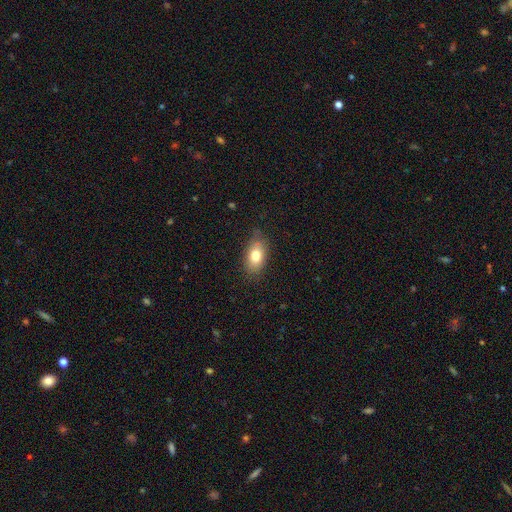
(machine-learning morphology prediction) smooth-or-featured: smooth: 77% | featured or disk: 14% | star or artifact: 9%
  how-rounded: in between: 87% | round: 10% | cigar-shaped: 3%
  merging: none: 74% | minor disturbance: 20% | major disturbance: 4% | merger: 2%